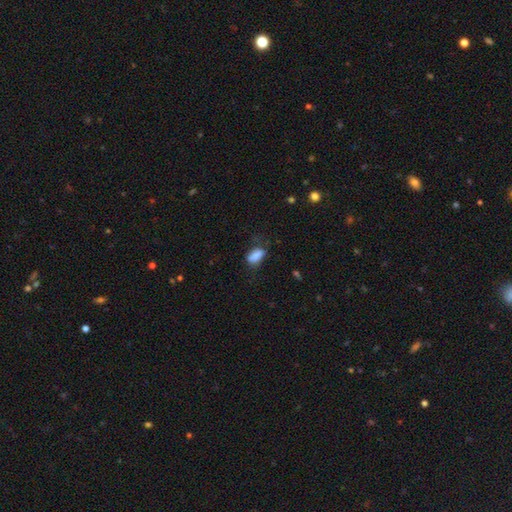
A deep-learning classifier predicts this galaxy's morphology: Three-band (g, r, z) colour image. It shows a smooth galaxy with no disk features (83%) that is in between round and cigar-shaped (85%). Merging: none (53%).